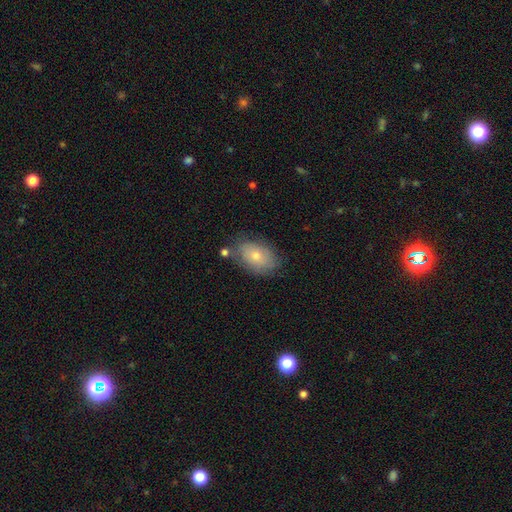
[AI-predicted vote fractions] Overall: smooth (67%). How rounded: in between (86%). Merging: none (73%).